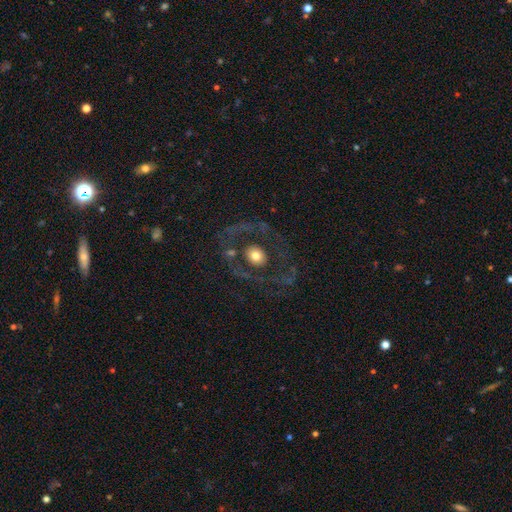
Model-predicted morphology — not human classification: The model was most divided on "smooth or featured": featured or disk: 50%, smooth: 42%, star or artifact: 8%. More confident: merging — none (63%).